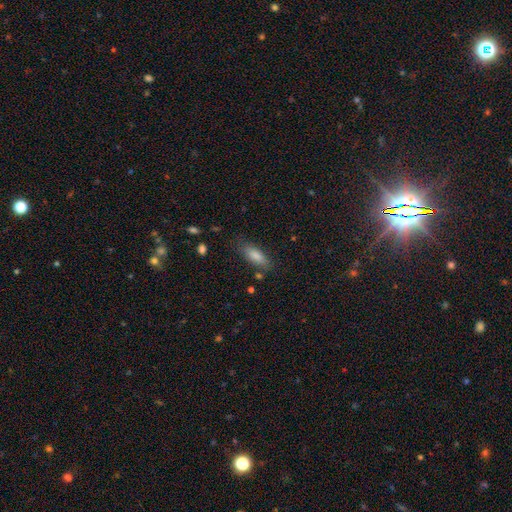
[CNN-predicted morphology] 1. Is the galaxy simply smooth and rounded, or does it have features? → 83% smooth, 10% featured or disk, 7% star or artifact.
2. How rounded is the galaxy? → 69% in between, 29% cigar-shaped, 2% round.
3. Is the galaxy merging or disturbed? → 77% none, 16% minor disturbance, 4% major disturbance, 3% merger.